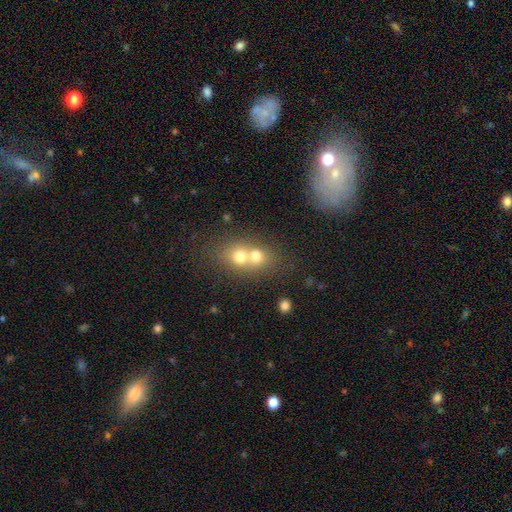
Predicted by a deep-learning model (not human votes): Morphology: type=smooth (69%); roundness=round (66%); merging=merger (69%).